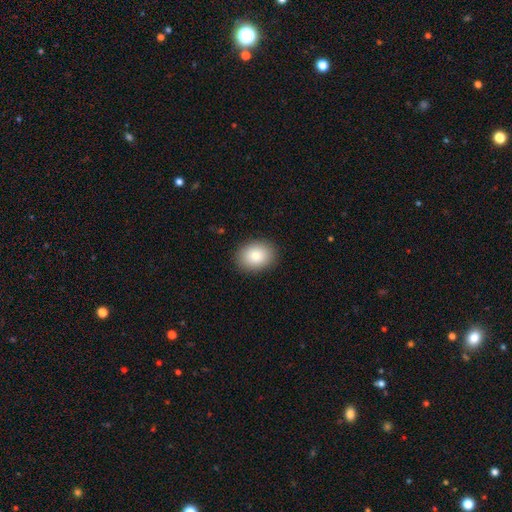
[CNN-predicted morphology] This appears to be a smooth galaxy with no disk features (83%) that is in between round and cigar-shaped (59%). Merging: none (89%).